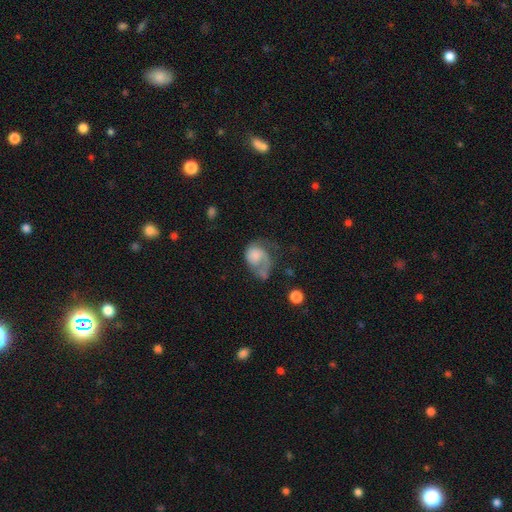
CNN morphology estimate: This is possibly a smooth galaxy (47%). Merging: possibly major disturbance (47%).